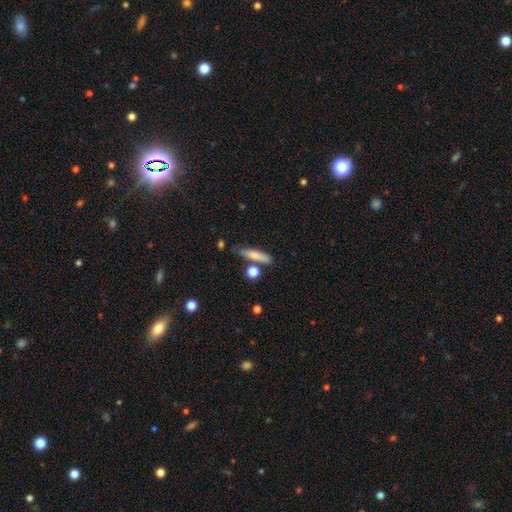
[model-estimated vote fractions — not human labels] A smooth galaxy with no disk features (79%) that is cigar-shaped (72%).

Vote fractions:
- Smooth or featured? smooth: 79% / featured or disk: 14% / star or artifact: 7%
- How rounded? cigar-shaped: 72% / in between: 22% / round: 6%
- Merging? none: 72% / minor disturbance: 15% / merger: 9% / major disturbance: 4%